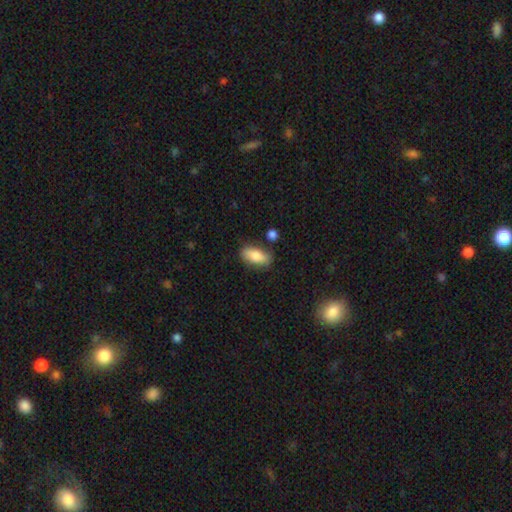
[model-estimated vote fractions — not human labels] Morphology: type=smooth (81%); roundness=in between (85%); merging=none (77%).